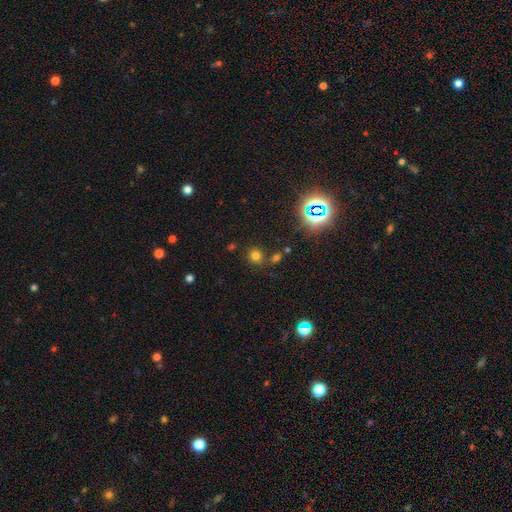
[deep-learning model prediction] The model was most divided on "smooth or featured": smooth: 69%, star or artifact: 23%, featured or disk: 7%. More confident: how rounded — round (80%); merging — none (75%).